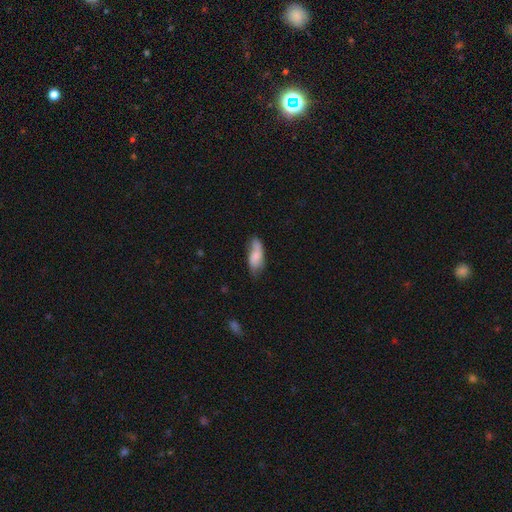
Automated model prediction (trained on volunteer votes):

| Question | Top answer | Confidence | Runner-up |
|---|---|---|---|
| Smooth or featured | smooth | 69% | featured or disk (24%) |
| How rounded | in between | 76% | cigar-shaped (22%) |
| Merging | none | 56% | minor disturbance (31%) |